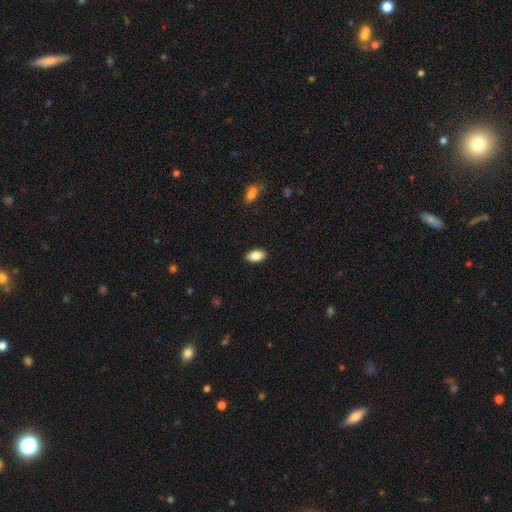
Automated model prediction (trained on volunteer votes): Q: Smooth or featured?
A: smooth (83%); runner-up: featured or disk (10%)
Q: How rounded?
A: in between (93%); runner-up: cigar-shaped (4%)
Q: Merging?
A: none (89%); runner-up: minor disturbance (8%)